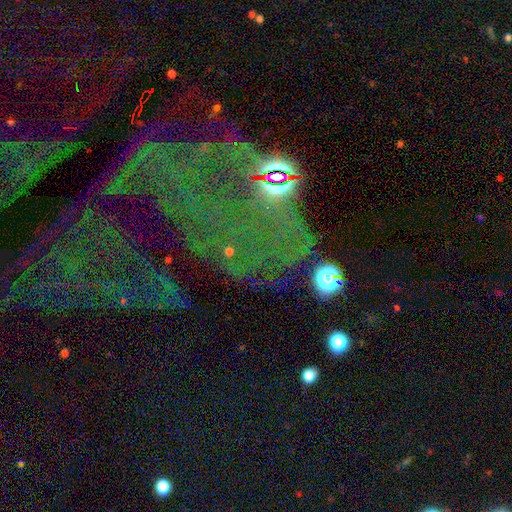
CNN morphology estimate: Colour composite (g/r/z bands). It shows a star or artifact, not a galaxy (68%).